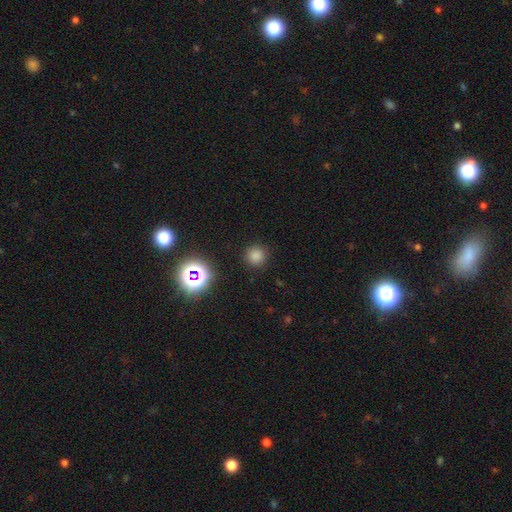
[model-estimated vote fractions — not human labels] Q: Smooth or featured?
A: smooth (77%); runner-up: star or artifact (19%)
Q: How rounded?
A: round (94%); runner-up: in between (5%)
Q: Merging?
A: none (89%); runner-up: minor disturbance (7%)